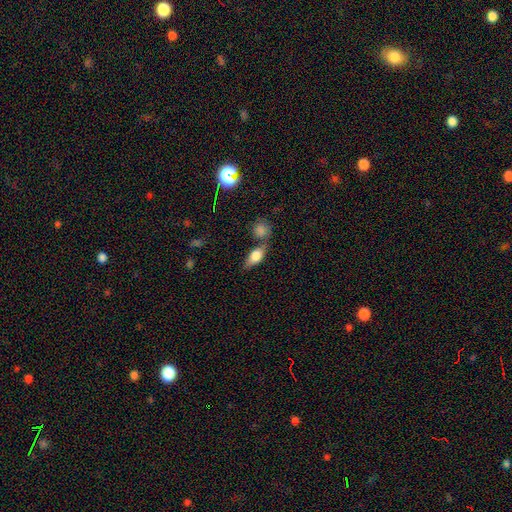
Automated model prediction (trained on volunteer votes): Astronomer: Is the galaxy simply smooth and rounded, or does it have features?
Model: smooth — 71%.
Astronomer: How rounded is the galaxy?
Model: in between — 76%.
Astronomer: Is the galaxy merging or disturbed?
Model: none — 55%.